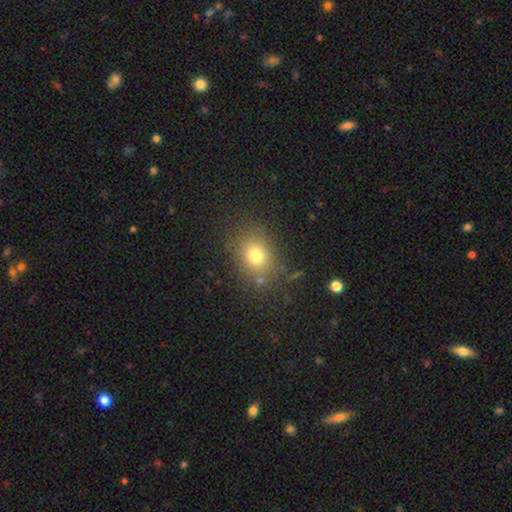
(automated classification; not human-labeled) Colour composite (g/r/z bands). It shows a smooth galaxy with no disk features (76%) that is round (52%). Merging: none (79%).